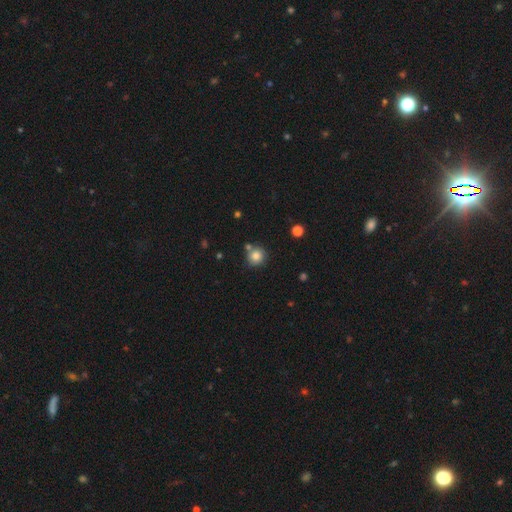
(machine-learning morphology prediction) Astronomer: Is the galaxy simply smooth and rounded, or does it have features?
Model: smooth — 81%.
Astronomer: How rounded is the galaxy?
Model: round — 90%.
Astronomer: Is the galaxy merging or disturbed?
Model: none — 75%.